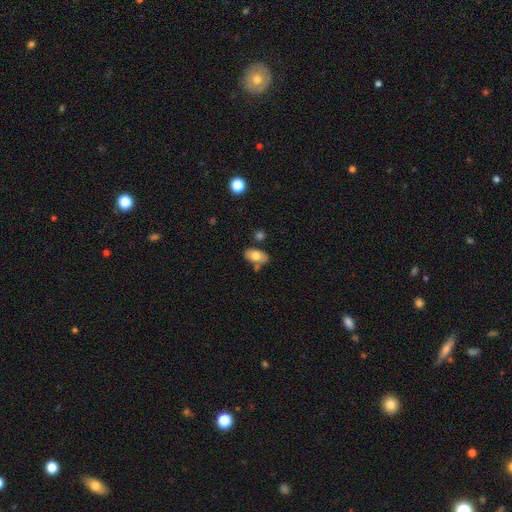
A smooth galaxy with no disk features (66%) that is in between round and cigar-shaped (80%). Merging: none (67%).